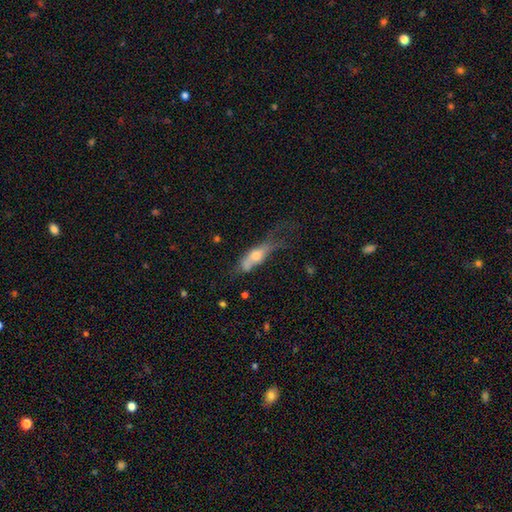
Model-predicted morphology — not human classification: Smooth or featured? Predicted: smooth (p=0.52). How rounded? Predicted: in between (p=0.52). Merging? Predicted: major disturbance (p=0.35).